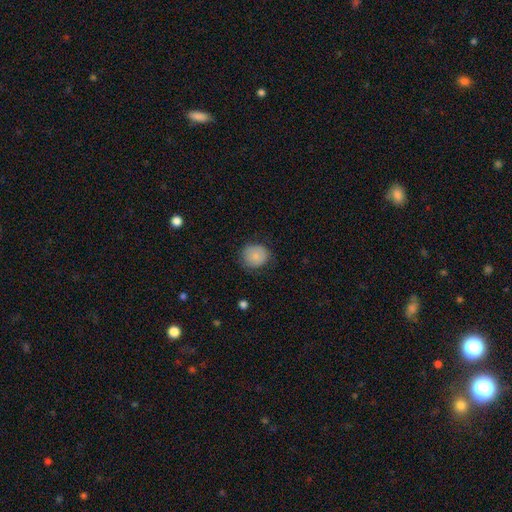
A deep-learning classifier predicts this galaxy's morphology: Overall: smooth (84%). How rounded: round (82%). Merging: none (77%).